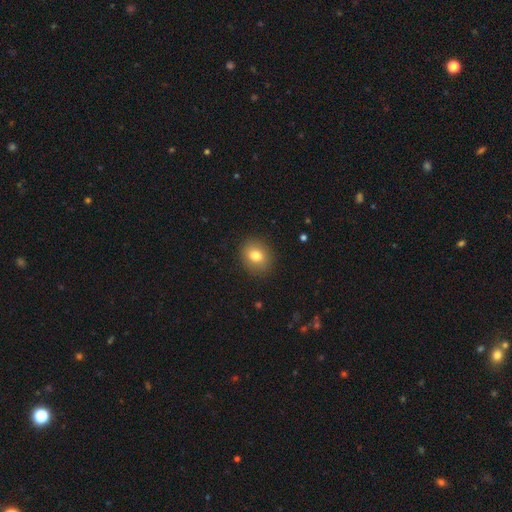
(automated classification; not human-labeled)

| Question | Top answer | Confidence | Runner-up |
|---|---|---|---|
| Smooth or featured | smooth | 80% | featured or disk (10%) |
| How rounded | round | 65% | in between (34%) |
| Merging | none | 89% | minor disturbance (8%) |